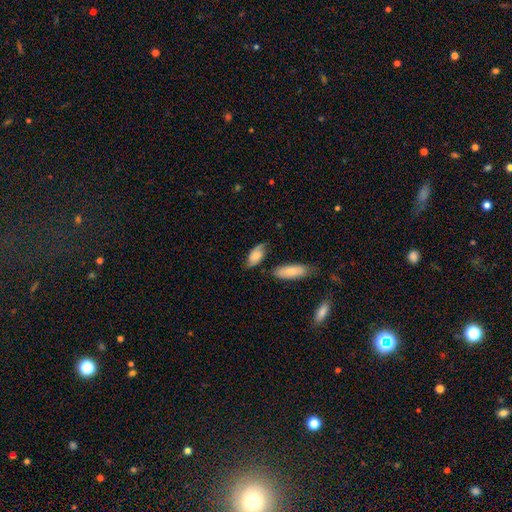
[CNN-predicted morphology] Q: Smooth or featured?
A: smooth (60%); runner-up: featured or disk (33%)
Q: How rounded?
A: in between (89%); runner-up: cigar-shaped (6%)
Q: Merging?
A: none (59%); runner-up: minor disturbance (25%)